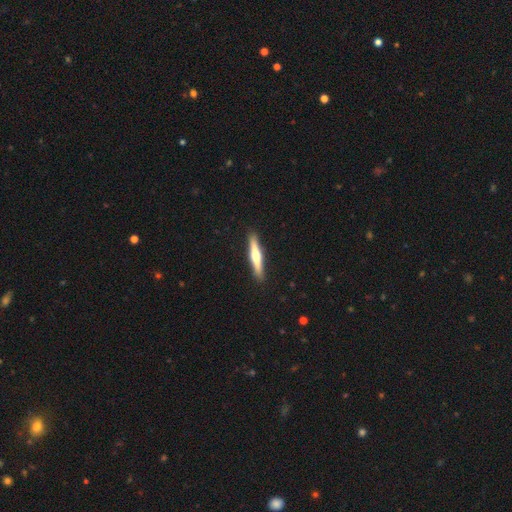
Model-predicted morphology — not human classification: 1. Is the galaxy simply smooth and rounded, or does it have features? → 55% featured or disk, 40% smooth, 5% star or artifact.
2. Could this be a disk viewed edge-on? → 96% yes, 4% no.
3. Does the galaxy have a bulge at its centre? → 85% rounded, 8% none, 6% boxy.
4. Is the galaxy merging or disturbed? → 91% none, 7% minor disturbance, 1% major disturbance, 1% merger.